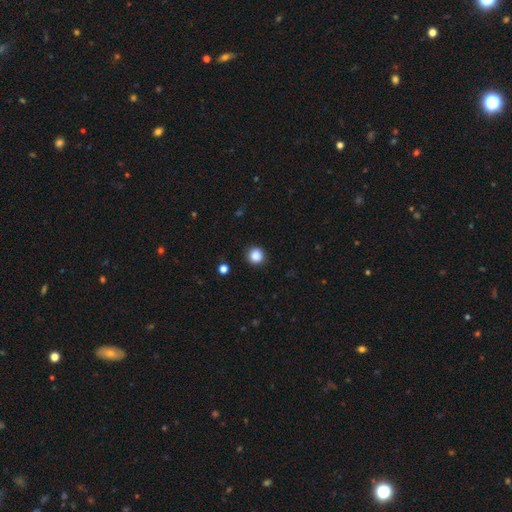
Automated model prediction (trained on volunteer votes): This appears to be a smooth galaxy with no disk features (86%) that is round (92%). Merging: none (91%).